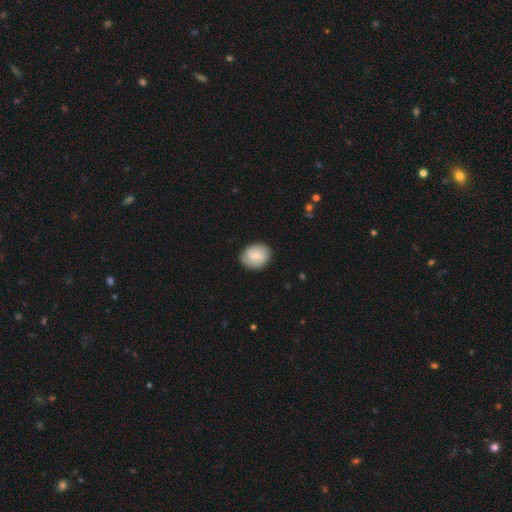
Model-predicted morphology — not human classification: Smooth or featured? Predicted: smooth (p=0.60). How rounded? Predicted: round (p=0.50). Merging? Predicted: none (p=0.84).